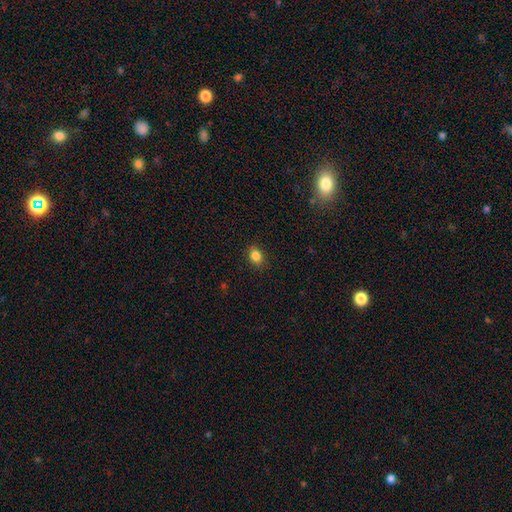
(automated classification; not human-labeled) This is clearly a smooth galaxy (85%). How rounded: possibly in between (53%). Merging: clearly none (87%).